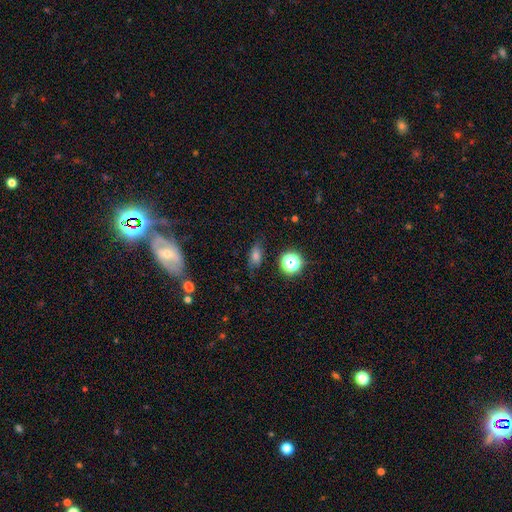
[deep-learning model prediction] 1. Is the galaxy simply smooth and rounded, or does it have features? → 52% smooth, 25% star or artifact, 23% featured or disk.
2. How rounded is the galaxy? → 73% in between, 19% round, 8% cigar-shaped.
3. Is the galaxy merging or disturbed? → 73% none, 17% minor disturbance, 6% major disturbance, 4% merger.